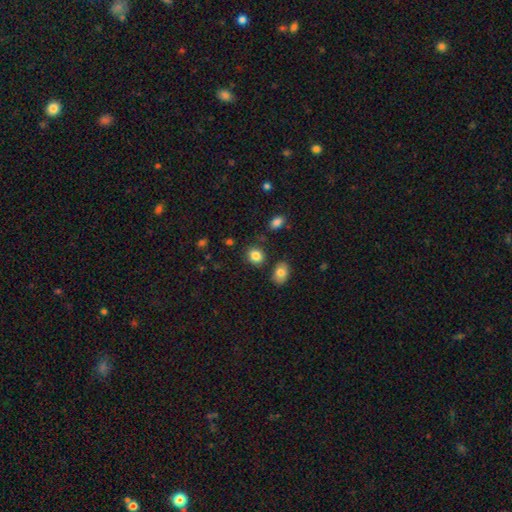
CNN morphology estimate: This is clearly a smooth galaxy (84%). How rounded: likely round (60%). Merging: likely none (80%).